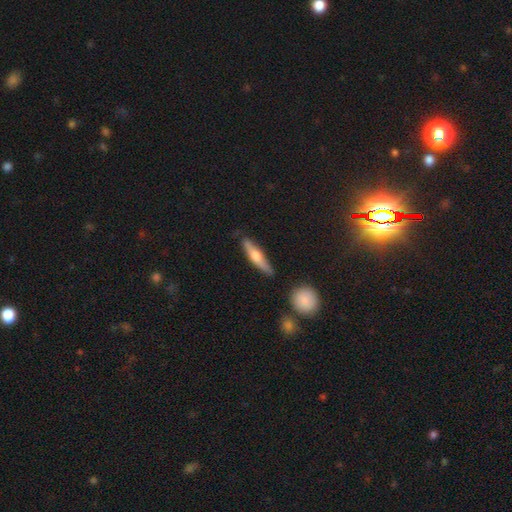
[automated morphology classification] smooth_or_featured: smooth (p=0.52) [alt: featured or disk p=0.42]
how_rounded: cigar-shaped (p=0.82) [alt: in between p=0.16]
merging: none (p=0.78) [alt: minor disturbance p=0.15]